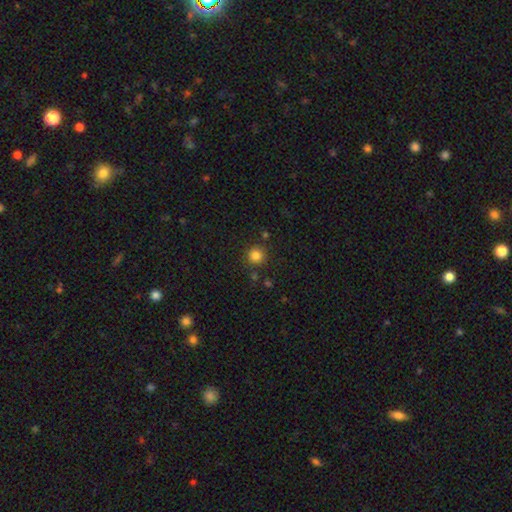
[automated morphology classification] This is clearly a smooth galaxy (83%). How rounded: clearly round (93%). Merging: clearly none (86%).